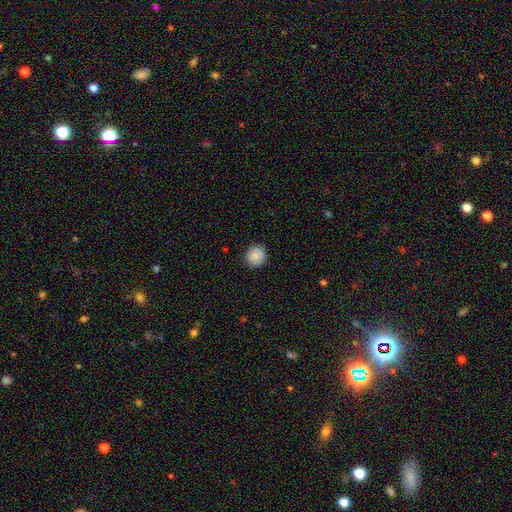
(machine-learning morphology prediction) smooth-or-featured: smooth: 88% | star or artifact: 8% | featured or disk: 5%
  how-rounded: round: 86% | in between: 13% | cigar-shaped: 1%
  merging: none: 89% | minor disturbance: 8% | major disturbance: 2% | merger: 1%